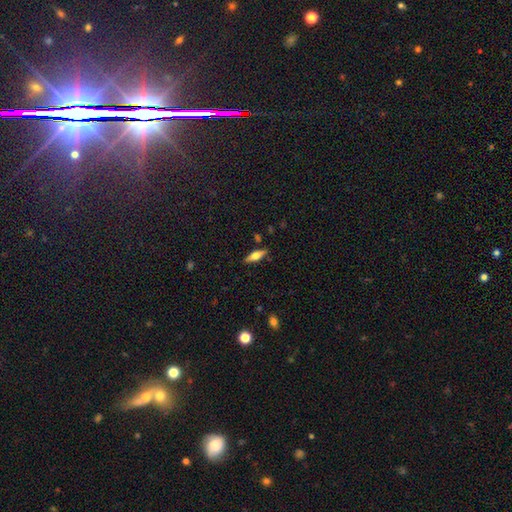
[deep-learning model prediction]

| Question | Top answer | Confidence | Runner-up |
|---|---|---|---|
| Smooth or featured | featured or disk | 53% | smooth (40%) |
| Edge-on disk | yes | 93% | no (7%) |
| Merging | none | 86% | minor disturbance (10%) |